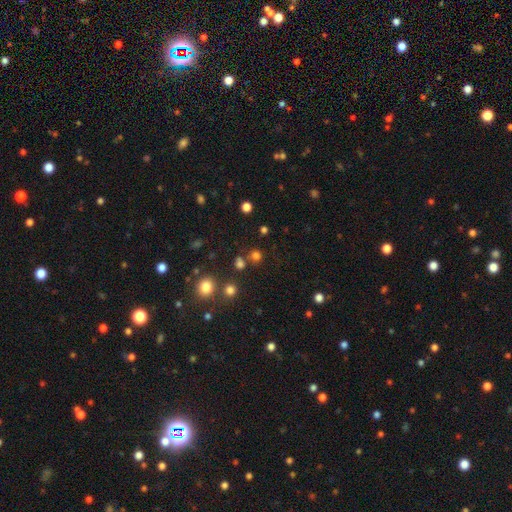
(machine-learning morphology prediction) The model was most divided on "smooth or featured": smooth: 70%, star or artifact: 24%, featured or disk: 6%. More confident: how rounded — round (90%); merging — none (75%).